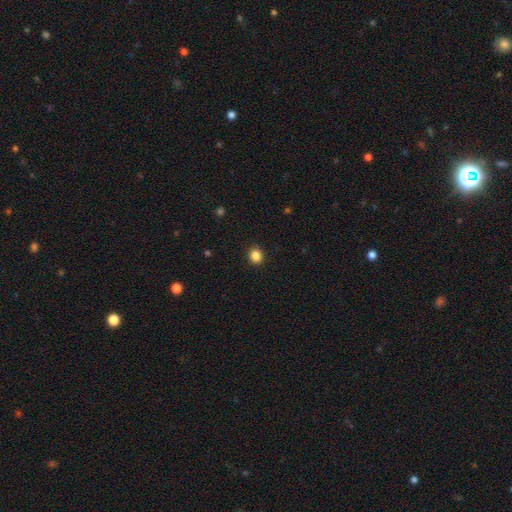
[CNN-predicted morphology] smooth-or-featured: smooth: 86% | star or artifact: 11% | featured or disk: 4%
  how-rounded: round: 76% | in between: 23% | cigar-shaped: 1%
  merging: none: 90% | minor disturbance: 7% | major disturbance: 2% | merger: 1%